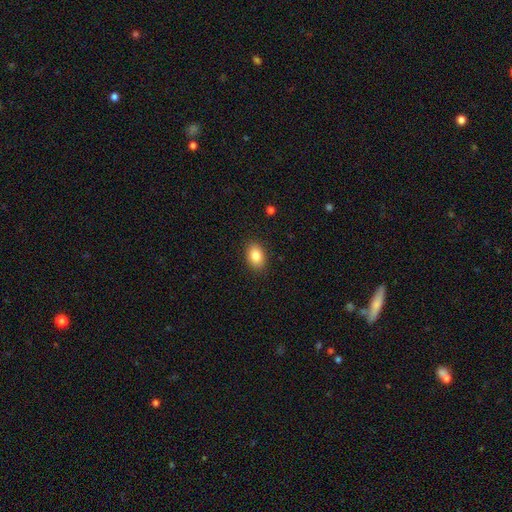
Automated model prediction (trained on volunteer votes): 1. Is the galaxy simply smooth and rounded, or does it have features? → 85% smooth, 8% star or artifact, 7% featured or disk.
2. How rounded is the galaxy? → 82% in between, 17% round, 1% cigar-shaped.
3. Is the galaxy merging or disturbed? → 88% none, 8% minor disturbance, 2% major disturbance, 1% merger.